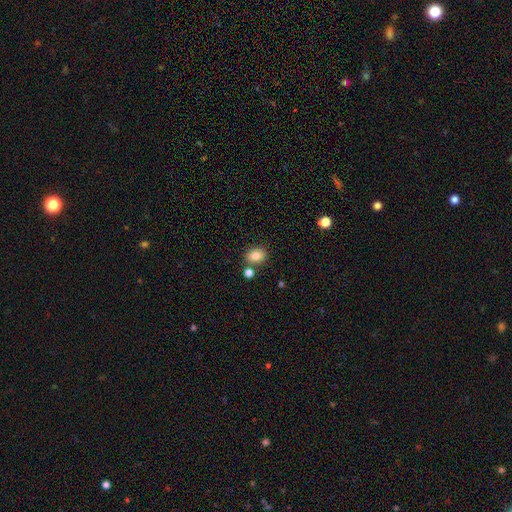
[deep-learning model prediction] smooth-or-featured: smooth: 82% | star or artifact: 10% | featured or disk: 8%
  how-rounded: in between: 67% | round: 32% | cigar-shaped: 1%
  merging: none: 75% | merger: 12% | minor disturbance: 10% | major disturbance: 3%